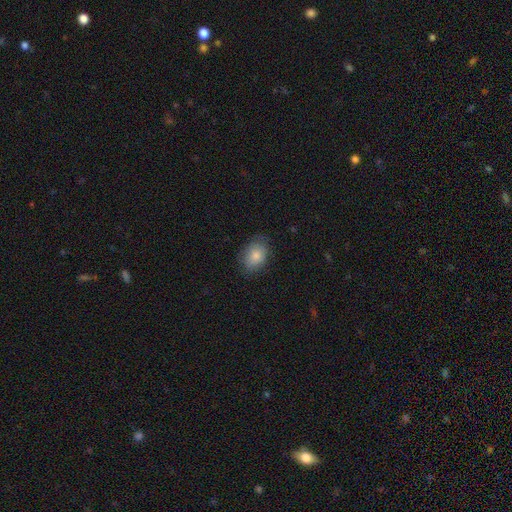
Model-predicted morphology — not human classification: This appears to be a smooth galaxy with no disk features (82%) that is in between round and cigar-shaped (74%). Merging: none (74%).